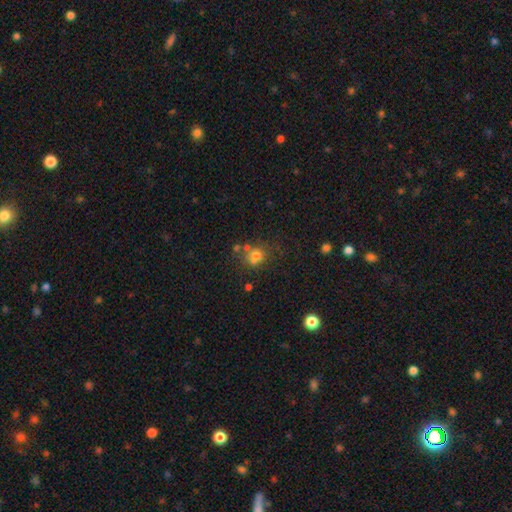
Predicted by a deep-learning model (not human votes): Smooth or featured? smooth (66%)
How rounded? round (68%)
Merging? none (49%)